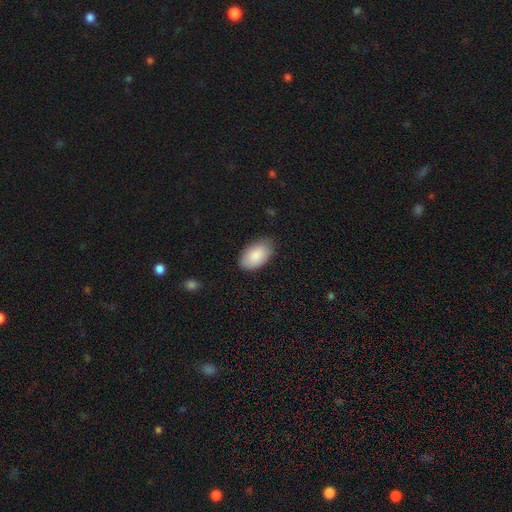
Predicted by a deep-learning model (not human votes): Morphology: type=smooth (87%); roundness=in between (95%); merging=none (81%).